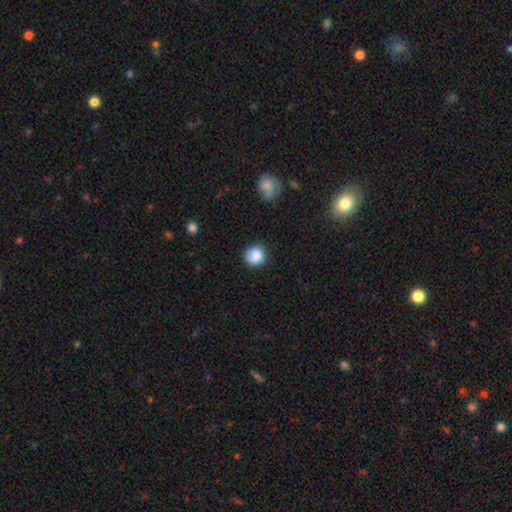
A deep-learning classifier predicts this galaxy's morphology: type=smooth (87%); roundness=round (86%); merging=none (77%).